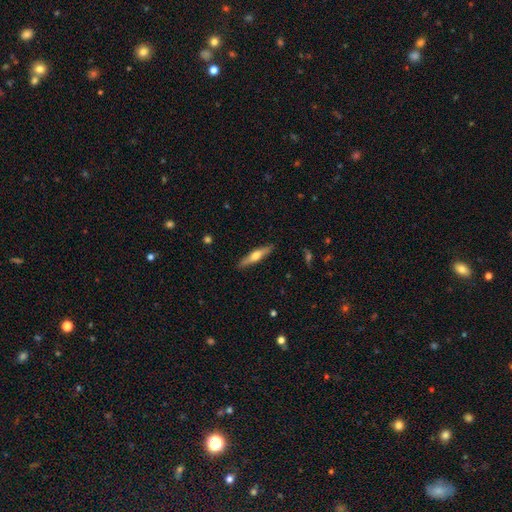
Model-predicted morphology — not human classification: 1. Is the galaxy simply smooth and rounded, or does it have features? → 49% featured or disk, 46% smooth, 6% star or artifact.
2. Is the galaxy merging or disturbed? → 89% none, 8% minor disturbance, 2% major disturbance, 1% merger.